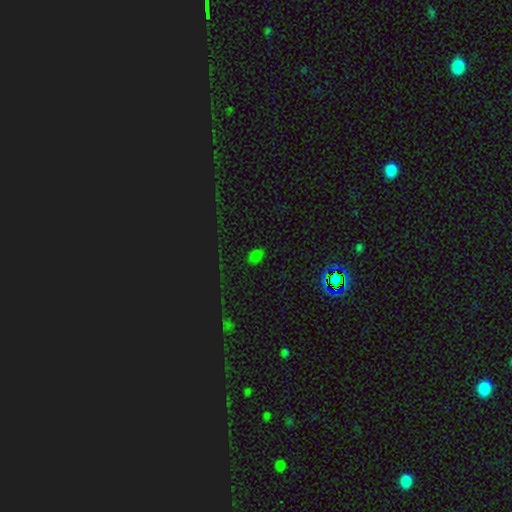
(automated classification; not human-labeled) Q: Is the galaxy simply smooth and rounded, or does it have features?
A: smooth — 66%.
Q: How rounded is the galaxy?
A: in between — 75%.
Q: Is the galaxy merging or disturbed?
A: none — 84%.